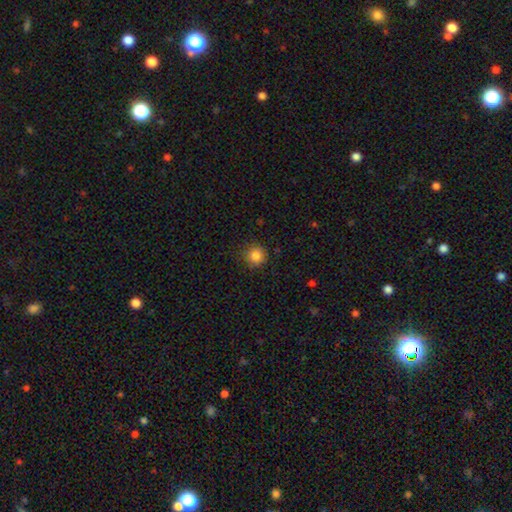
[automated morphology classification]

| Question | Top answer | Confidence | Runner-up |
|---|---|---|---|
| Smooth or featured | smooth | 84% | star or artifact (11%) |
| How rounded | round | 94% | in between (5%) |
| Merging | none | 87% | minor disturbance (9%) |